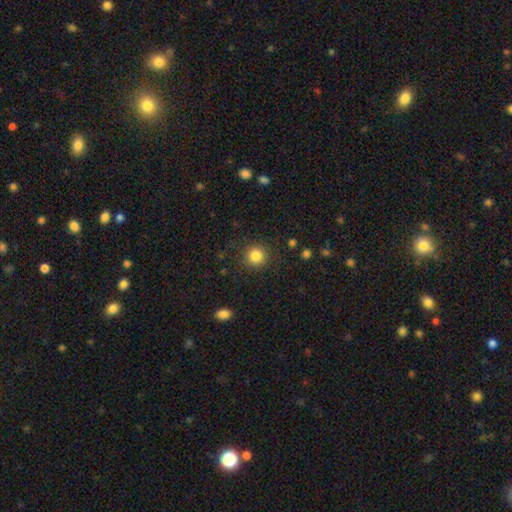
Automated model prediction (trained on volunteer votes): Smooth or featured? Predicted: smooth (p=0.83). How rounded? Predicted: round (p=0.93). Merging? Predicted: none (p=0.89).